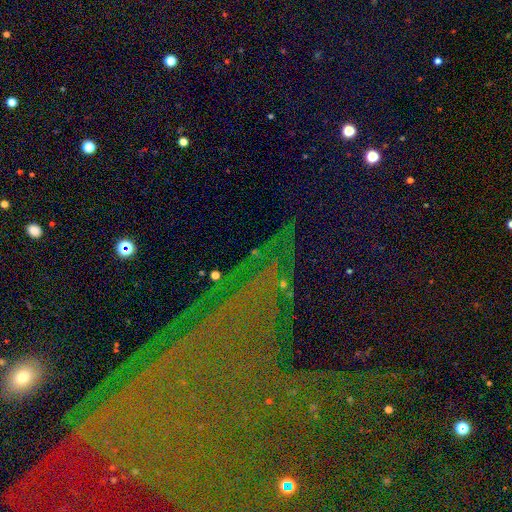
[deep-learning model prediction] Q: Smooth or featured?
A: star or artifact (80%); runner-up: featured or disk (11%)